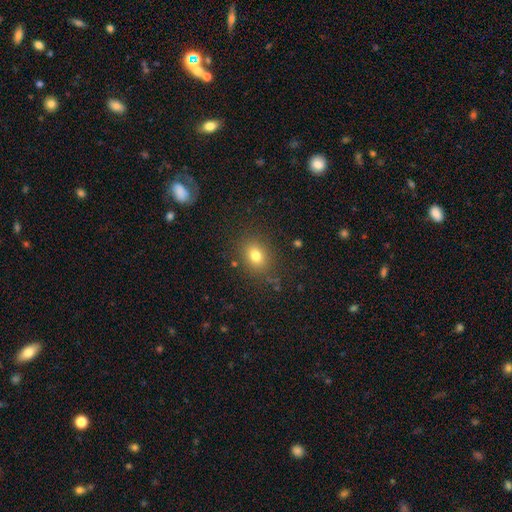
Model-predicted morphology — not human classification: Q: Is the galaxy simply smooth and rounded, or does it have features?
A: smooth — 77%.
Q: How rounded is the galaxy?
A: round — 51%.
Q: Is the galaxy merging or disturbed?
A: none — 84%.